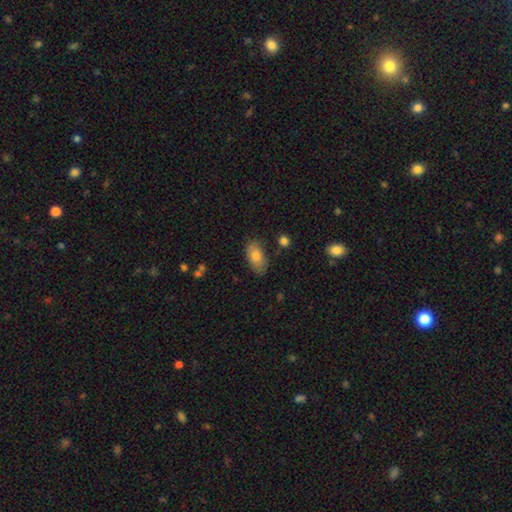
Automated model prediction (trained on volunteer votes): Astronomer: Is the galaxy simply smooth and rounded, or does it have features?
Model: smooth — 80%.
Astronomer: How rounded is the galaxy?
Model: in between — 91%.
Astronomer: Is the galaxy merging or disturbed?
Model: none — 76%.